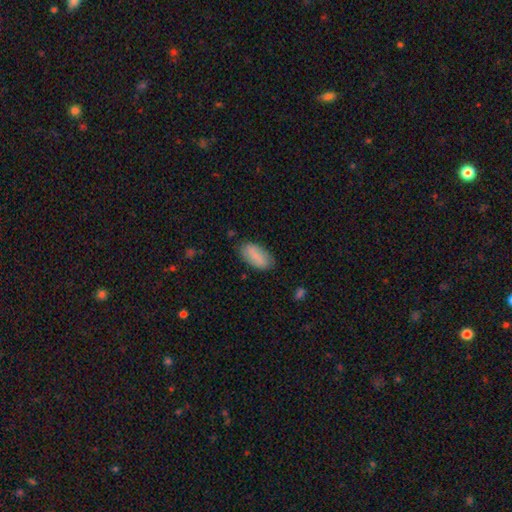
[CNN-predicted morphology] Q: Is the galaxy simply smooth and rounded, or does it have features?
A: smooth — 80%.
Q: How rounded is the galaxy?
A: in between — 92%.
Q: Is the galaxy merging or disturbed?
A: none — 80%.